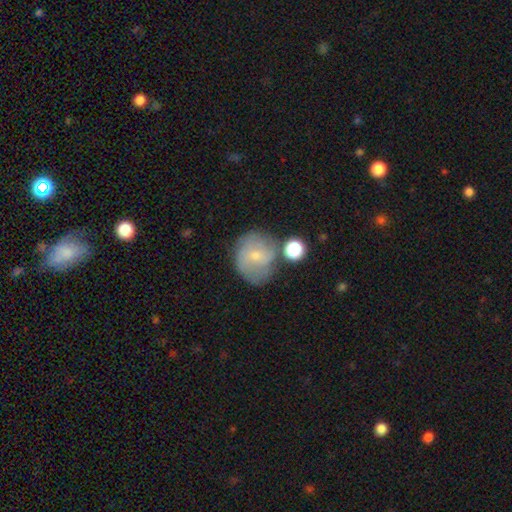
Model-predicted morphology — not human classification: The model was most divided on "smooth or featured": featured or disk: 51%, smooth: 40%, star or artifact: 9%. More confident: edge-on disk — no (97%); merging — none (53%).